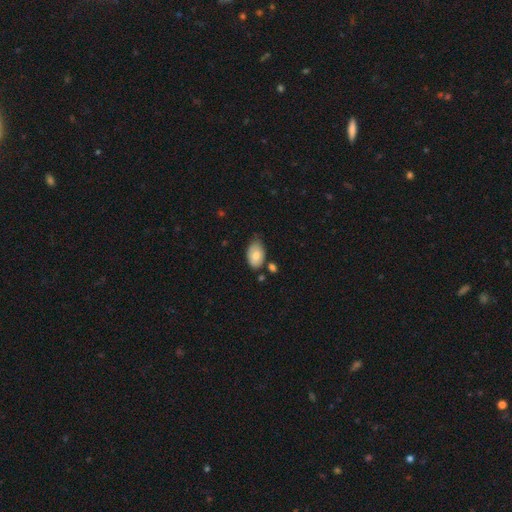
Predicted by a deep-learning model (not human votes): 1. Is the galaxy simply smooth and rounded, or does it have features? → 74% smooth, 19% featured or disk, 7% star or artifact.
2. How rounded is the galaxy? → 90% in between, 8% round, 1% cigar-shaped.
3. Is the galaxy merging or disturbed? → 60% none, 28% minor disturbance, 7% merger, 5% major disturbance.